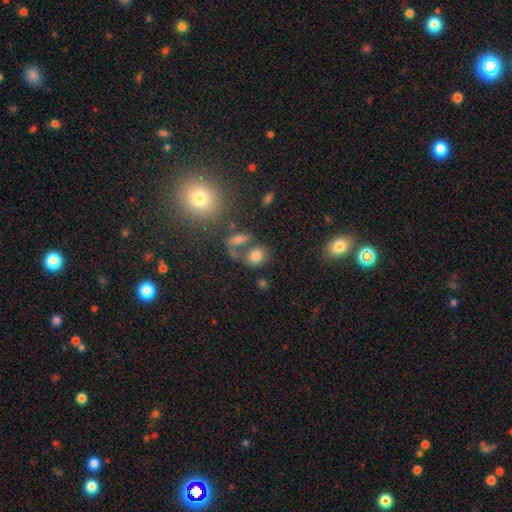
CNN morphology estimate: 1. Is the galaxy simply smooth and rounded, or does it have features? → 76% smooth, 14% star or artifact, 11% featured or disk.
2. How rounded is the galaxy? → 55% round, 43% in between, 2% cigar-shaped.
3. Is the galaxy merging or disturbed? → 49% none, 29% merger, 13% minor disturbance, 9% major disturbance.